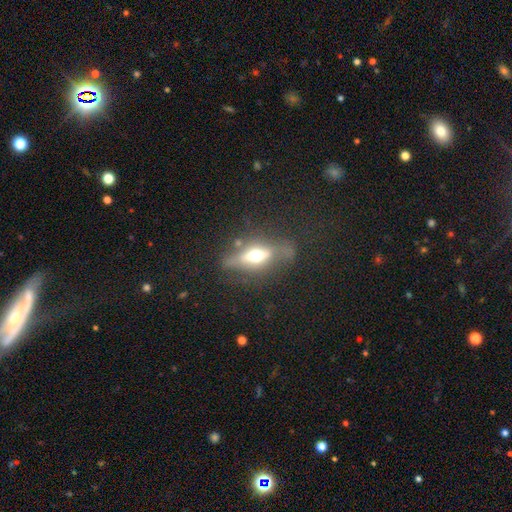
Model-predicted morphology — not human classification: featured or disk 55%, smooth 35%, star or artifact 10%. Down the decision tree: edge-on disk — yes (69%); merging — none (57%).